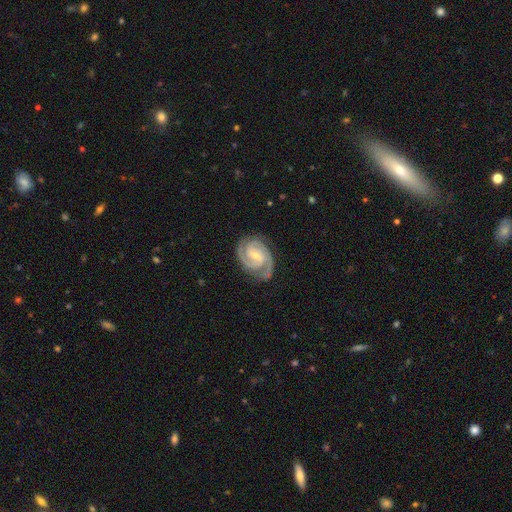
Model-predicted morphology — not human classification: type=featured or disk (92%); edge-on=no (98%); bar=weak (51%); spiral arms=yes (99%); winding=tight (64%); arm count=2 (67%); bulge=small (64%); merging=none (78%).